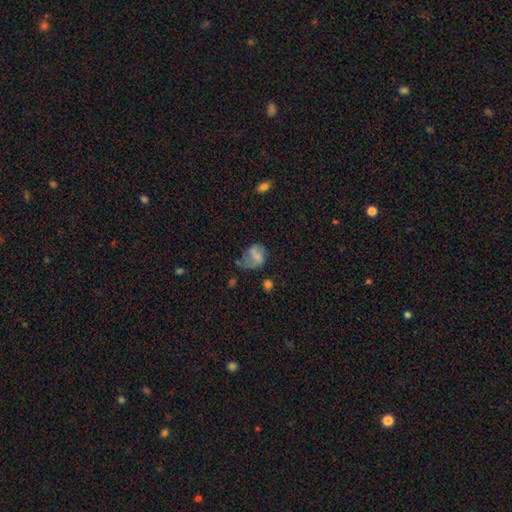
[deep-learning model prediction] A smooth galaxy with no disk features (58%) that is in between round and cigar-shaped (58%). Merging: major disturbance (33%).